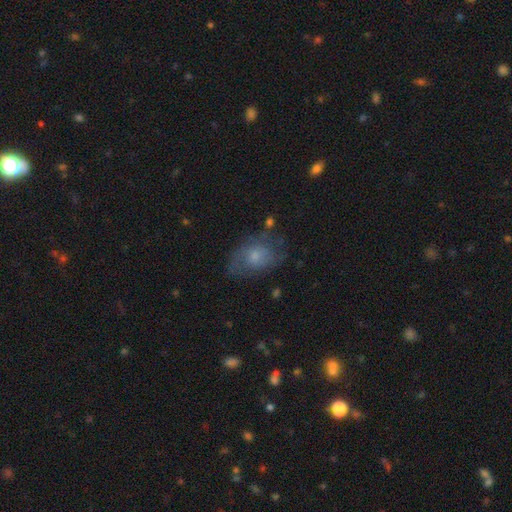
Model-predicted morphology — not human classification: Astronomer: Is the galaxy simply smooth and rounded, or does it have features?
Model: smooth — 49% (runner-up: featured or disk, 41%).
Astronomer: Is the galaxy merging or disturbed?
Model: none — 57%.